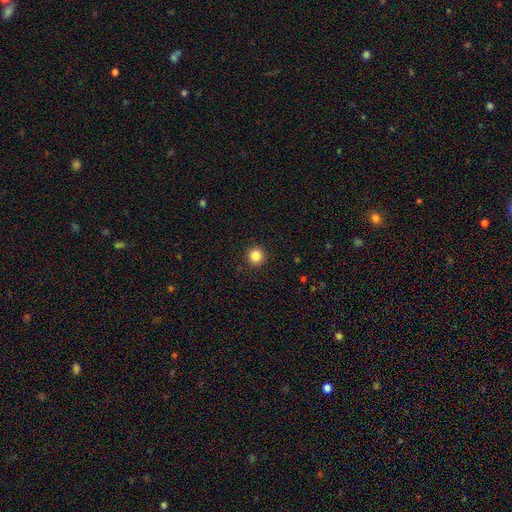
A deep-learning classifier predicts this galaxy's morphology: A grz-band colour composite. It shows a smooth galaxy with no disk features (85%) that is round (94%). Merging: none (93%).